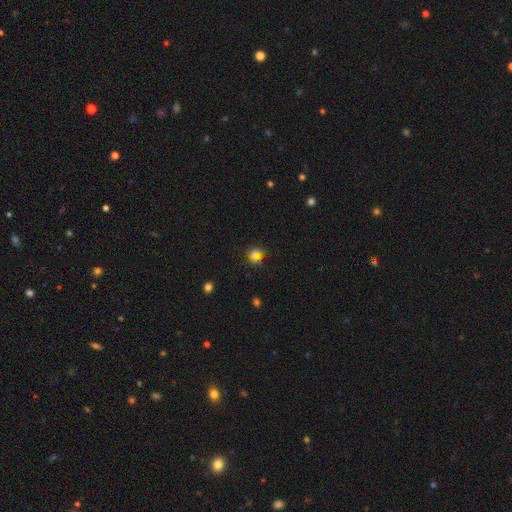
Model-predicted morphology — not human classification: smooth_or_featured: smooth (p=0.63) [alt: star or artifact p=0.23]
how_rounded: round (p=0.62) [alt: in between p=0.35]
merging: none (p=0.56) [alt: merger p=0.18]